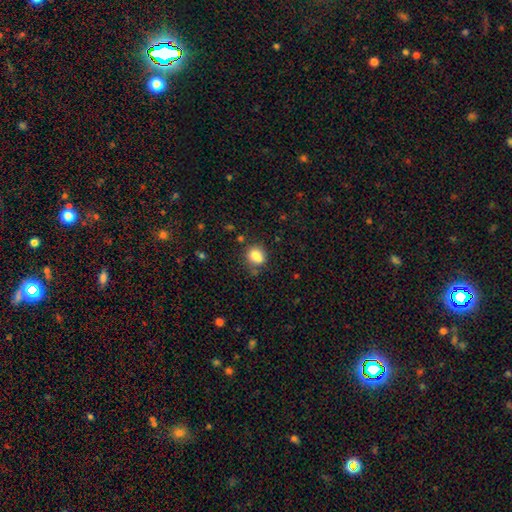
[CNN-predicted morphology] type=smooth (79%); roundness=round (75%); merging=none (59%).